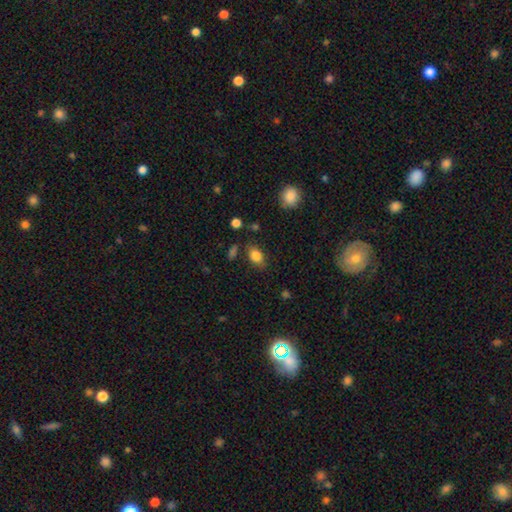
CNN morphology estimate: A smooth galaxy with no disk features (83%) that is in between round and cigar-shaped (82%). Merging: none (78%).